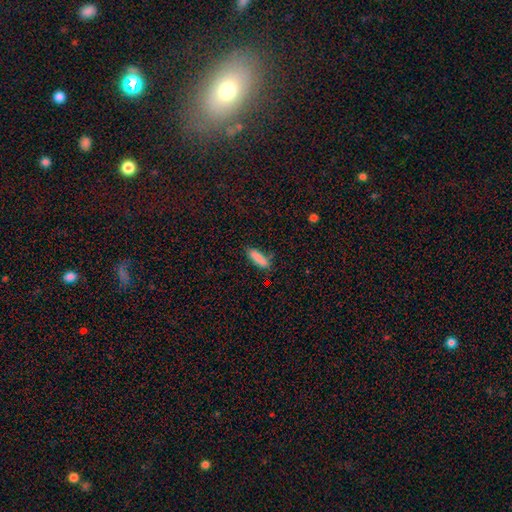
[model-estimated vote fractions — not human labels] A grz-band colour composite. It shows a smooth galaxy with no disk features (86%) that is cigar-shaped (55%). Merging: none (77%).